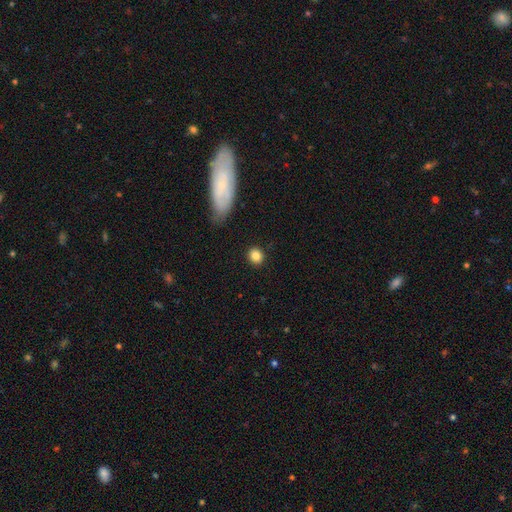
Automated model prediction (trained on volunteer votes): Smooth or featured: smooth — 85% (star or artifact — 10%)
How rounded: round — 81% (in between — 18%)
Merging: none — 89% (minor disturbance — 7%)